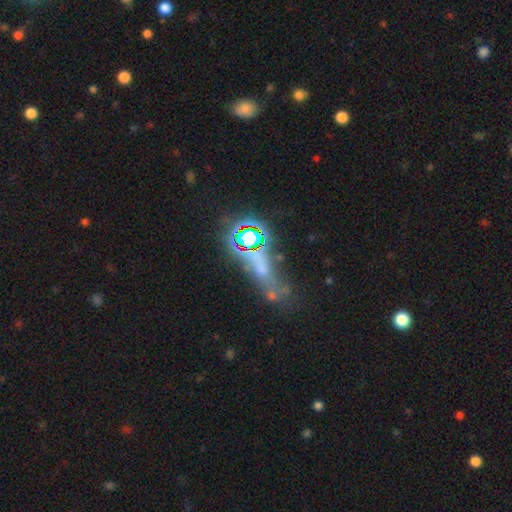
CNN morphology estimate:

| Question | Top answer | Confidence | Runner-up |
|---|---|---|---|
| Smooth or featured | star or artifact | 47% | smooth (31%) |